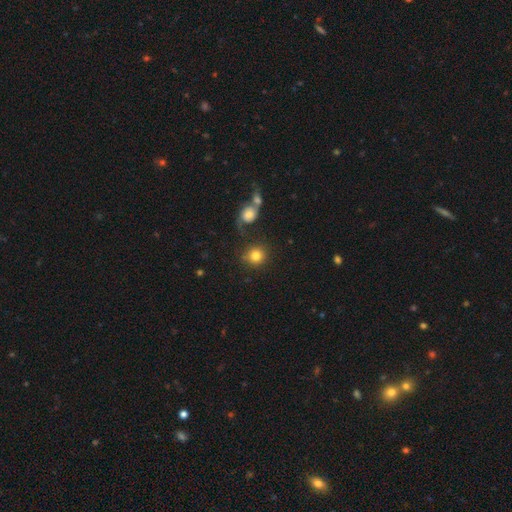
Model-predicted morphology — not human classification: smooth-or-featured: smooth: 82% | star or artifact: 9% | featured or disk: 9%
  how-rounded: round: 90% | in between: 9% | cigar-shaped: 1%
  merging: none: 76% | minor disturbance: 10% | merger: 9% | major disturbance: 5%